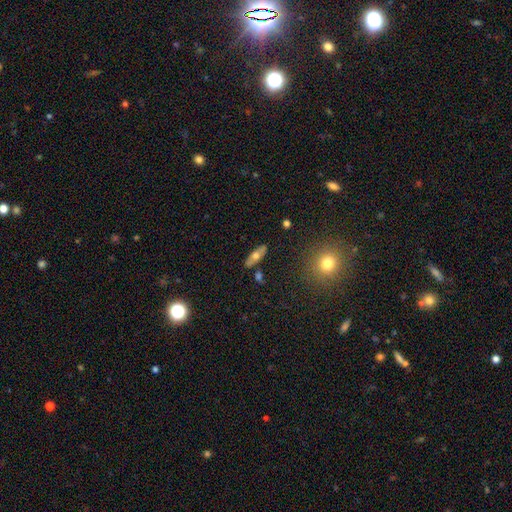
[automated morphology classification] smooth 54%, featured or disk 38%, star or artifact 8%. Down the decision tree: how rounded — in between (63%); merging — none (82%).